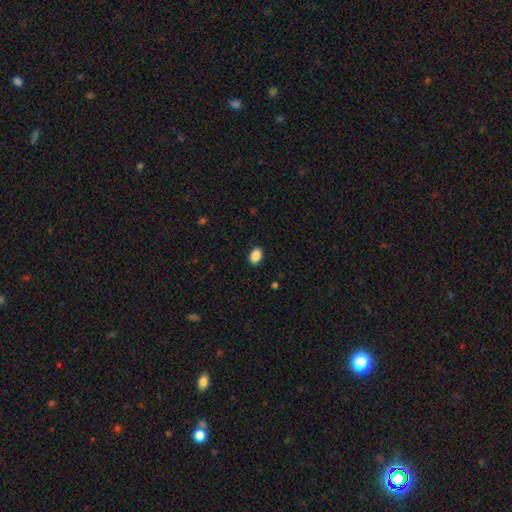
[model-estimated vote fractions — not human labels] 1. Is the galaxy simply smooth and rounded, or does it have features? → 89% smooth, 8% star or artifact, 3% featured or disk.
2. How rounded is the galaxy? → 83% in between, 16% round, 1% cigar-shaped.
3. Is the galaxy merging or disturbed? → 90% none, 7% minor disturbance, 2% major disturbance, 1% merger.